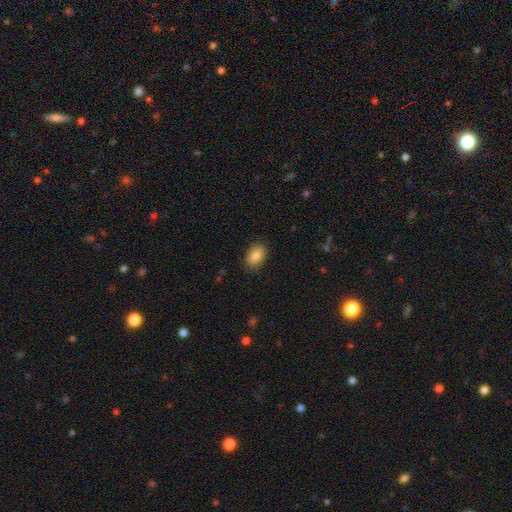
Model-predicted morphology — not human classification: Smooth or featured? smooth (86%)
How rounded? in between (86%)
Merging? none (87%)